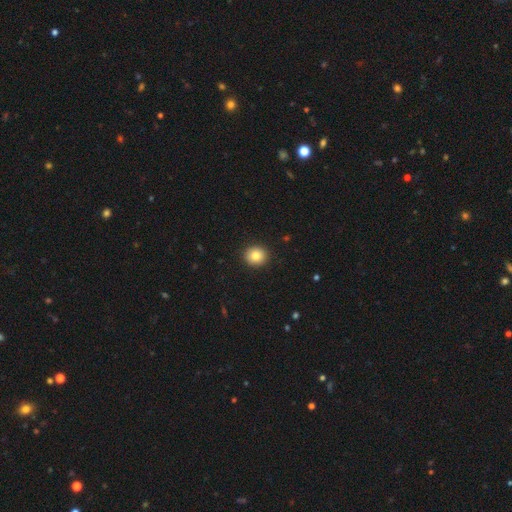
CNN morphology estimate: Smooth or featured?
  - smooth: 83% *
  - star or artifact: 9%
  - featured or disk: 8%
How rounded?
  - round: 84% *
  - in between: 15%
  - cigar-shaped: 1%
Merging?
  - none: 92% *
  - minor disturbance: 5%
  - major disturbance: 2%
  - merger: 1%